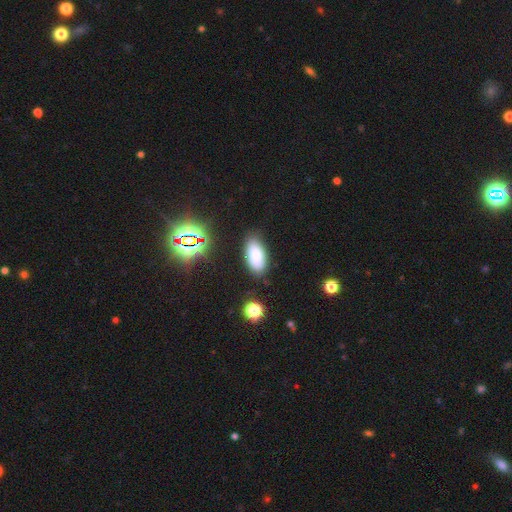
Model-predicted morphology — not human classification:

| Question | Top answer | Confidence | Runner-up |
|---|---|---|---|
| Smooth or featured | smooth | 82% | star or artifact (11%) |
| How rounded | in between | 91% | cigar-shaped (6%) |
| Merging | none | 83% | minor disturbance (12%) |